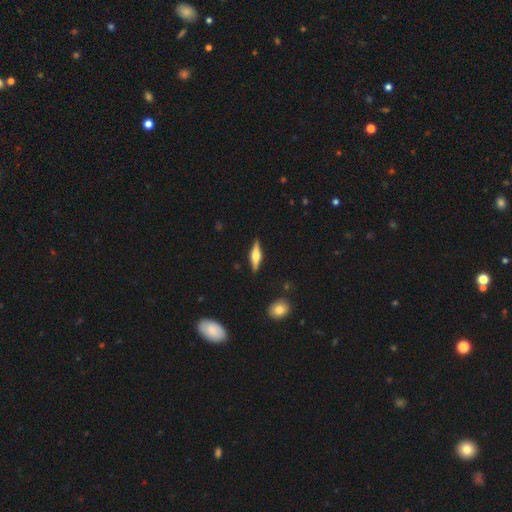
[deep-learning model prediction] featured or disk 67%, smooth 27%, star or artifact 6%. Down the decision tree: edge-on disk — yes (97%); edge-on bulge — rounded (88%); merging — none (88%).